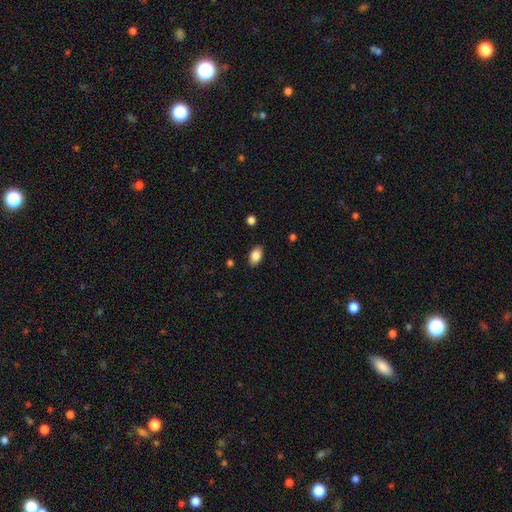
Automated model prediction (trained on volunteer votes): Morphology: type=smooth (85%); roundness=in between (91%); merging=none (86%).